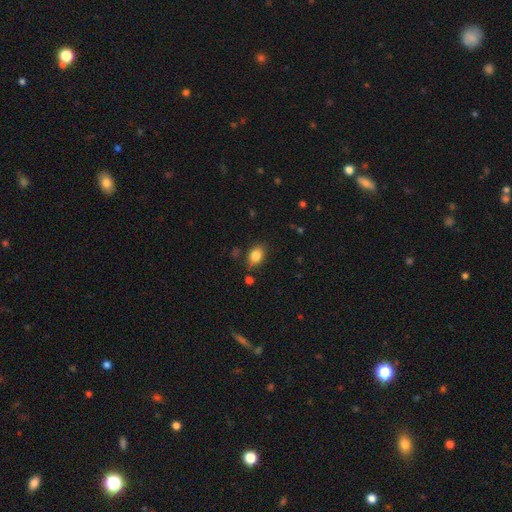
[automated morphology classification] A smooth galaxy with no disk features (83%) that is in between round and cigar-shaped (77%). Merging: none (77%).